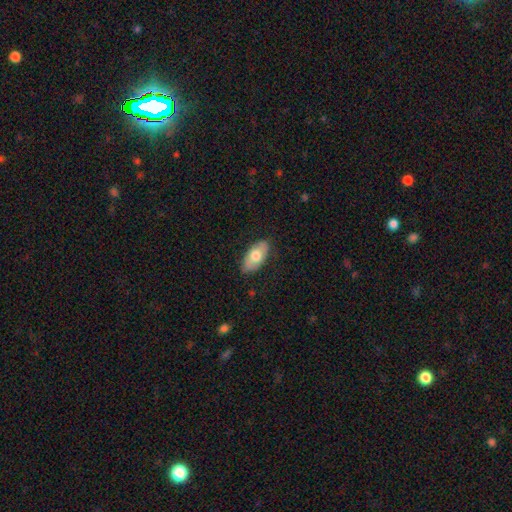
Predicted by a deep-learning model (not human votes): Smooth or featured? Predicted: smooth (p=0.71). How rounded? Predicted: in between (p=0.93). Merging? Predicted: none (p=0.83).